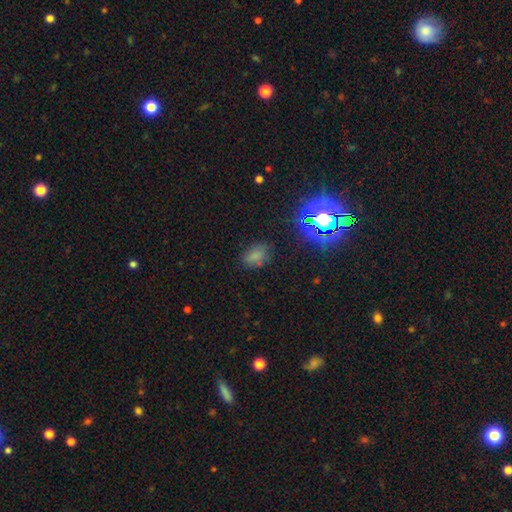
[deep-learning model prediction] This appears to be a smooth galaxy with no disk features (66%) that is in between round and cigar-shaped (81%). Merging: none (69%).